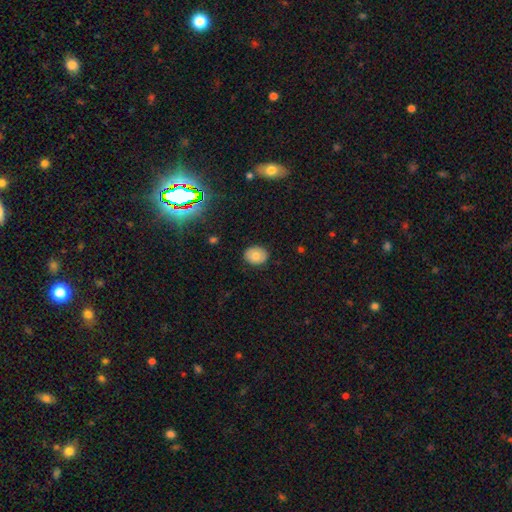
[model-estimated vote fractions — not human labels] This is likely a smooth galaxy (75%). How rounded: possibly round (51%). Merging: clearly none (86%).